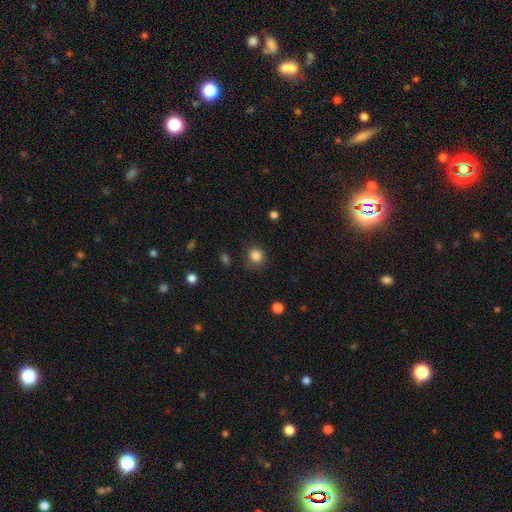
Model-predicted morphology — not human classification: smooth-or-featured: smooth: 84% | star or artifact: 11% | featured or disk: 4%
  how-rounded: round: 85% | in between: 14% | cigar-shaped: 1%
  merging: none: 80% | minor disturbance: 14% | major disturbance: 4% | merger: 2%